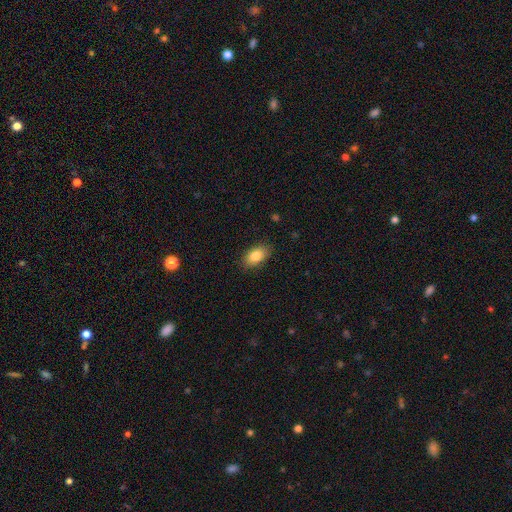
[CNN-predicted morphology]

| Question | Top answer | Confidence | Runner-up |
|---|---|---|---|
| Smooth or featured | smooth | 84% | featured or disk (8%) |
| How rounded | in between | 91% | round (7%) |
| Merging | none | 87% | minor disturbance (10%) |